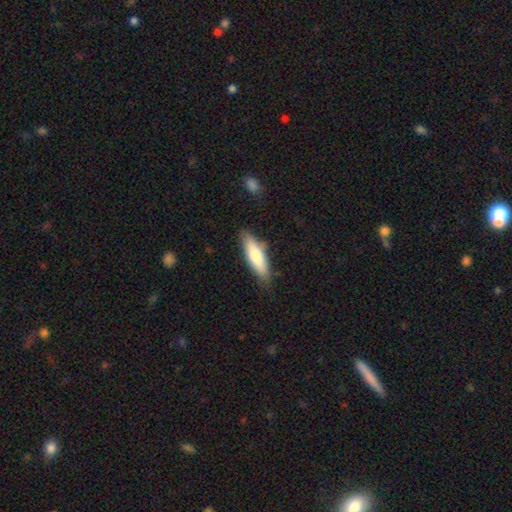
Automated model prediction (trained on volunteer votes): This is likely a smooth galaxy (71%). How rounded: possibly cigar-shaped (53%). Merging: likely none (76%).